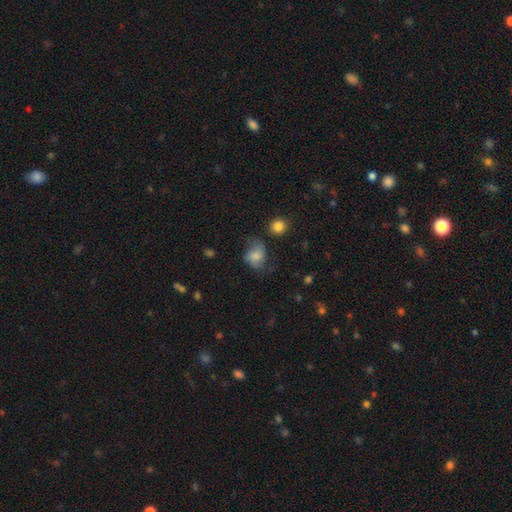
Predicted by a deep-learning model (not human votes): A smooth galaxy with no disk features (63%) that is in between round and cigar-shaped (50%).

Vote fractions:
- Smooth or featured? smooth: 63% / featured or disk: 27% / star or artifact: 11%
- How rounded? in between: 50% / round: 49% / cigar-shaped: 1%
- Merging? none: 44% / minor disturbance: 31% / major disturbance: 22% / merger: 4%